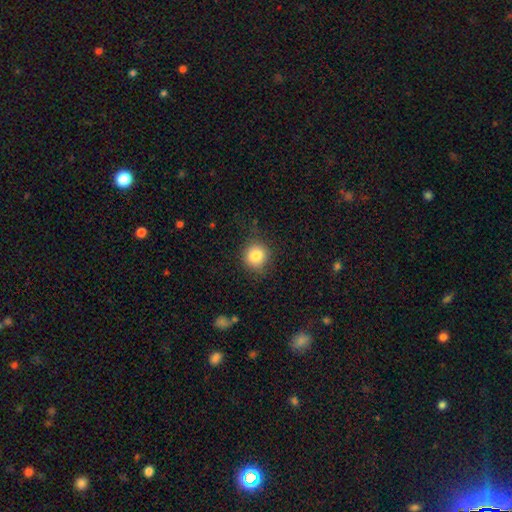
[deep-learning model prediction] Smooth or featured? smooth (83%)
How rounded? round (85%)
Merging? none (80%)